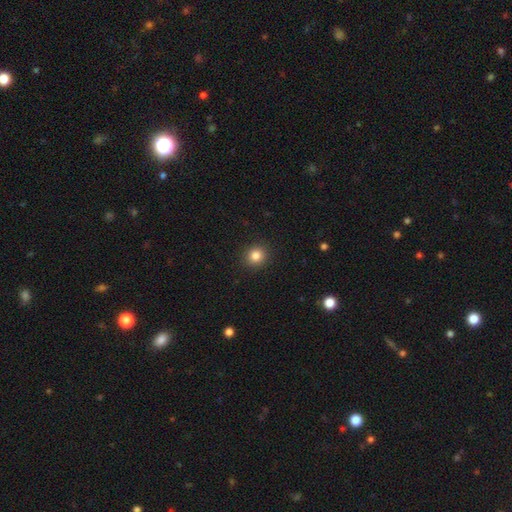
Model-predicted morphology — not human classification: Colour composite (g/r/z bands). It shows a smooth galaxy with no disk features (84%) that is round (88%). Merging: none (92%).